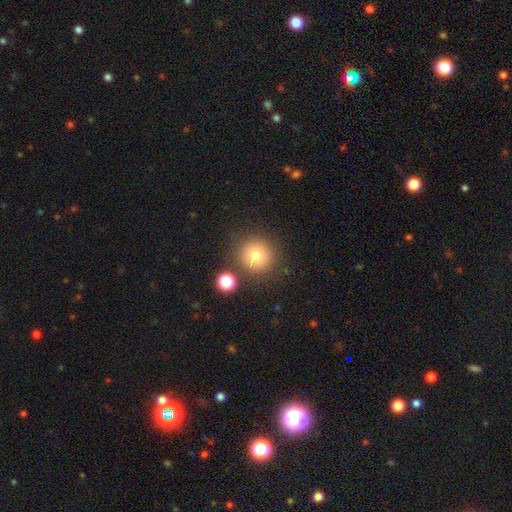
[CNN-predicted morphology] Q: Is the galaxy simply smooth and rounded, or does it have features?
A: smooth — 79%.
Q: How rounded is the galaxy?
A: round — 94%.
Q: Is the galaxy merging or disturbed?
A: none — 80%.